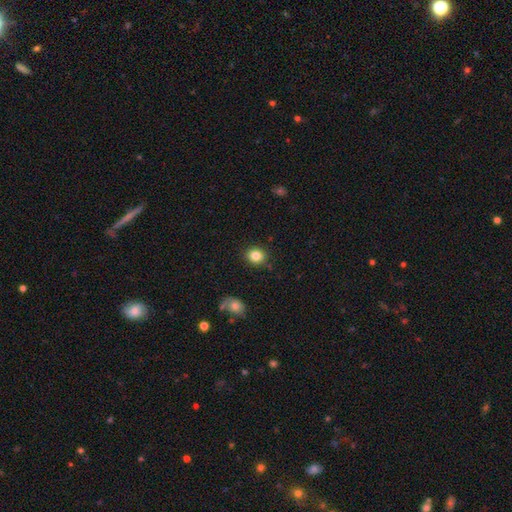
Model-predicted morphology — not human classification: Smooth or featured: smooth — 84% (star or artifact — 10%)
How rounded: round — 70% (in between — 29%)
Merging: none — 87% (minor disturbance — 9%)